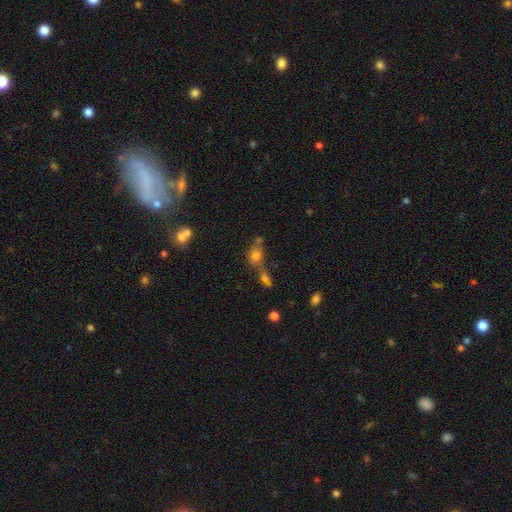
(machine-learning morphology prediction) This appears to be a smooth galaxy with no disk features (72%) that is round (54%). Merging: merger (50%).